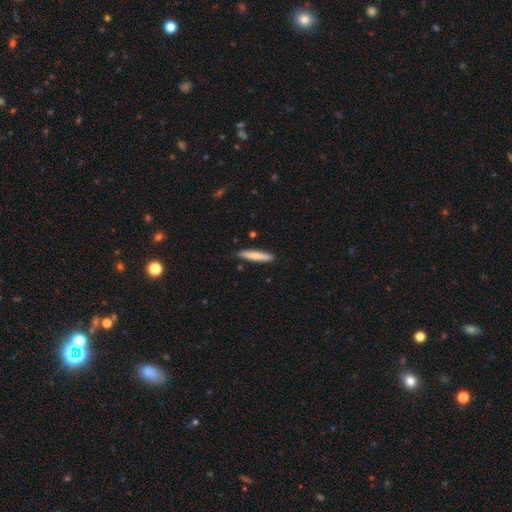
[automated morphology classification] Smooth or featured? smooth (75%)
How rounded? cigar-shaped (90%)
Merging? none (88%)